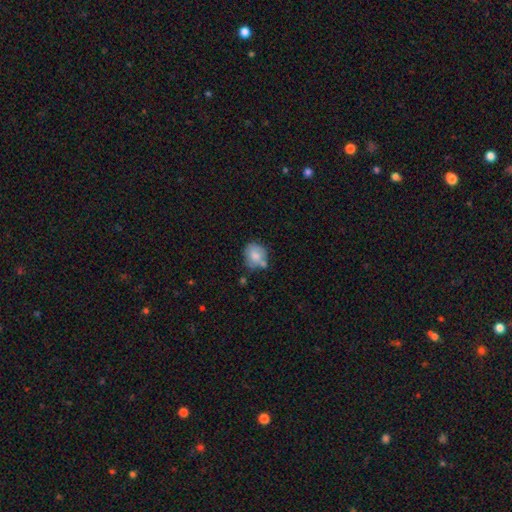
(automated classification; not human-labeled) A smooth galaxy with no disk features (72%) that is round (70%).

Vote fractions:
- Smooth or featured? smooth: 72% / featured or disk: 20% / star or artifact: 8%
- How rounded? round: 70% / in between: 29% / cigar-shaped: 1%
- Merging? none: 53% / minor disturbance: 24% / merger: 16% / major disturbance: 7%